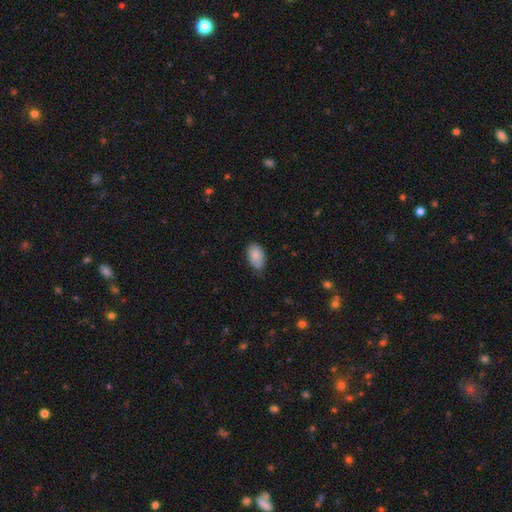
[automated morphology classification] A smooth galaxy with no disk features (83%) that is in between round and cigar-shaped (92%).

Vote fractions:
- Smooth or featured? smooth: 83% / featured or disk: 11% / star or artifact: 7%
- How rounded? in between: 92% / round: 7% / cigar-shaped: 1%
- Merging? none: 67% / minor disturbance: 28% / major disturbance: 4% / merger: 1%